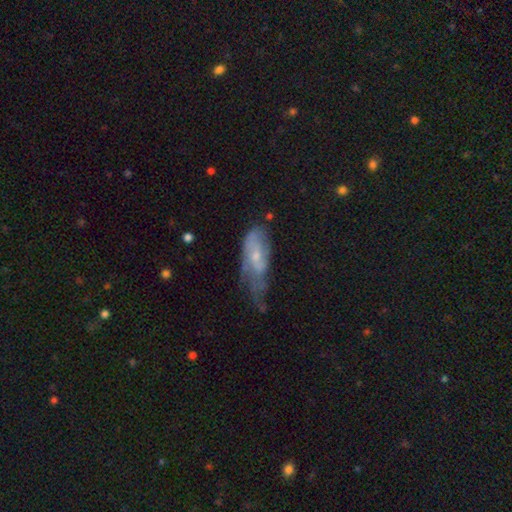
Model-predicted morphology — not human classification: Smooth or featured: featured or disk — 60% (smooth — 33%)
Edge-on disk: no — 86% (yes — 14%)
Bar: no — 65% (weak — 29%)
Spiral arms: yes — 66% (no — 34%)
Bulge size: small — 59% (moderate — 34%)
Merging: minor disturbance — 35% (major disturbance — 33%)